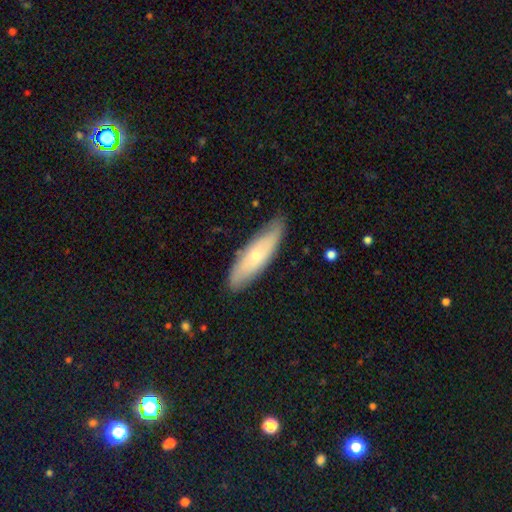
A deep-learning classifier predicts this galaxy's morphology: Smooth or featured?
  - smooth: 54% *
  - featured or disk: 40%
  - star or artifact: 6%
How rounded?
  - cigar-shaped: 57% *
  - in between: 41%
  - round: 2%
Merging?
  - none: 80% *
  - minor disturbance: 16%
  - major disturbance: 3%
  - merger: 1%